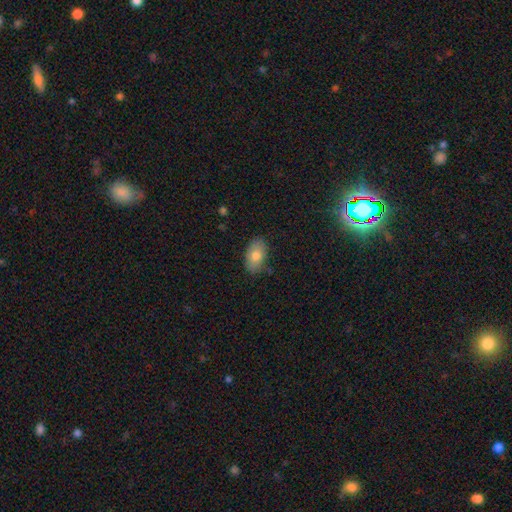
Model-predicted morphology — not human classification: A smooth galaxy with no disk features (78%) that is in between round and cigar-shaped (91%). Merging: none (81%).